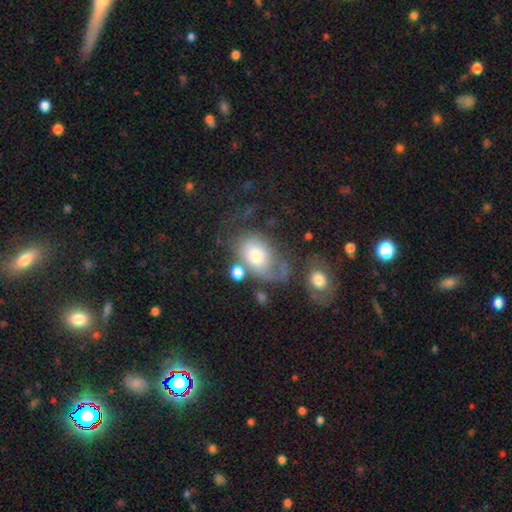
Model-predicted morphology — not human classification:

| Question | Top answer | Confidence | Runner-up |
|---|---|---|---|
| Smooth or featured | smooth | 52% | featured or disk (39%) |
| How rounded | in between | 78% | round (21%) |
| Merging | none | 32% | tied: major disturbance (32%) |